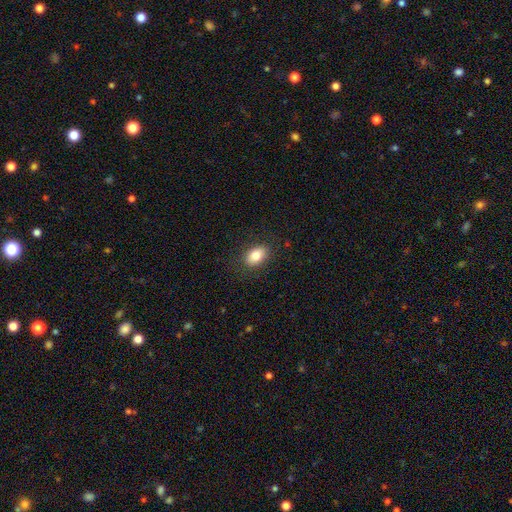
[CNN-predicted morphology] Overall: smooth (82%). How rounded: in between (84%). Merging: none (87%).